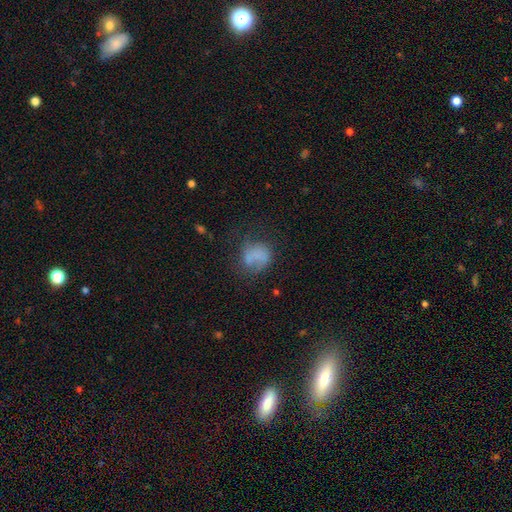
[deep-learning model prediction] Q: Smooth or featured?
A: smooth (64%); runner-up: featured or disk (25%)
Q: How rounded?
A: round (62%); runner-up: in between (37%)
Q: Merging?
A: none (43%); runner-up: minor disturbance (25%)